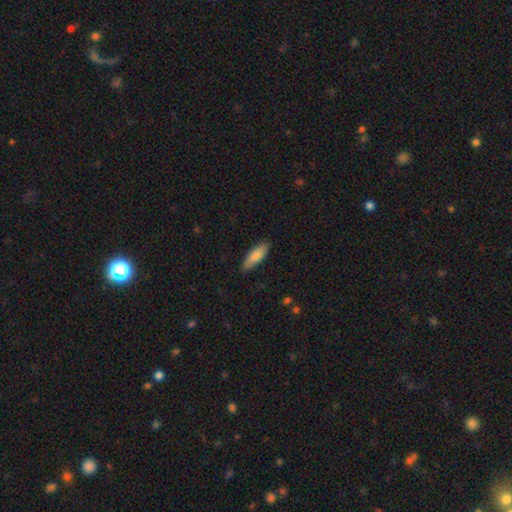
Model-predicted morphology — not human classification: Smooth or featured? smooth (80%)
How rounded? in between (52%)
Merging? none (87%)